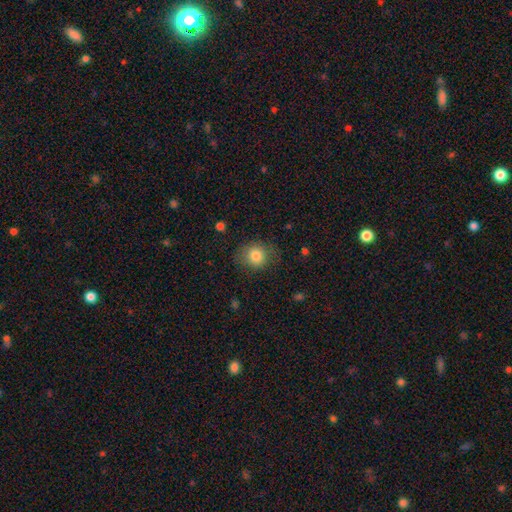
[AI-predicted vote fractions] Morphology: type=smooth (81%); roundness=round (72%); merging=none (76%).